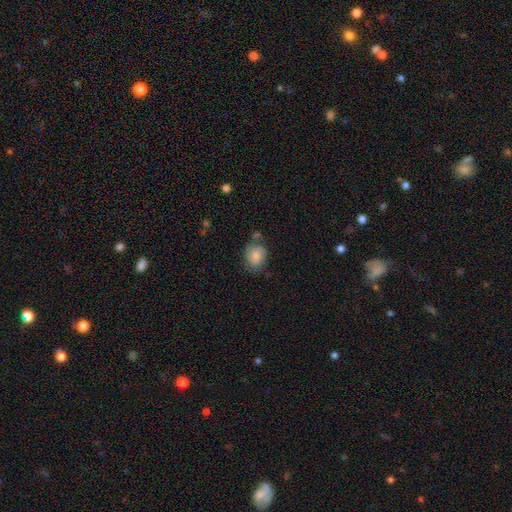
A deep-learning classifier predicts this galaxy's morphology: Smooth or featured: smooth — 76% (featured or disk — 16%)
How rounded: in between — 52% (round — 47%)
Merging: none — 56% (minor disturbance — 25%)